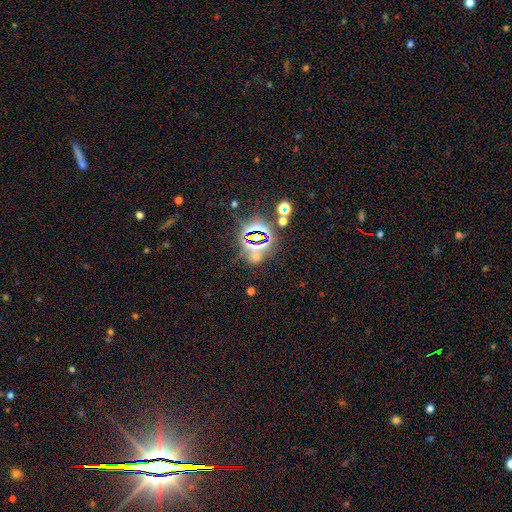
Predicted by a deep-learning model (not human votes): star or artifact 75%, smooth 16%, featured or disk 9%.